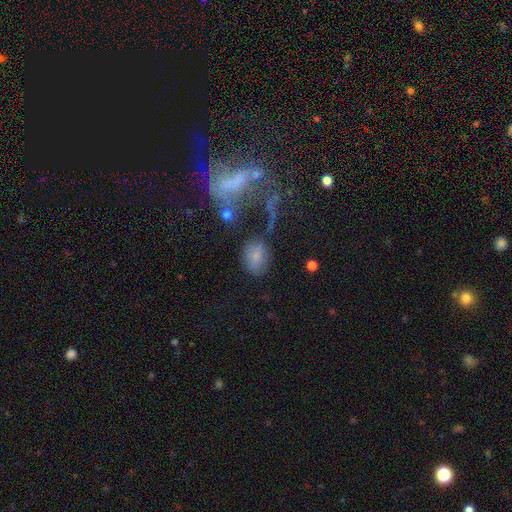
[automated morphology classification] Smooth or featured?
  - smooth: 70% *
  - featured or disk: 16%
  - star or artifact: 14%
How rounded?
  - in between: 73% *
  - round: 25%
  - cigar-shaped: 2%
Merging?
  - none: 62% *
  - minor disturbance: 19%
  - major disturbance: 10%
  - merger: 8%